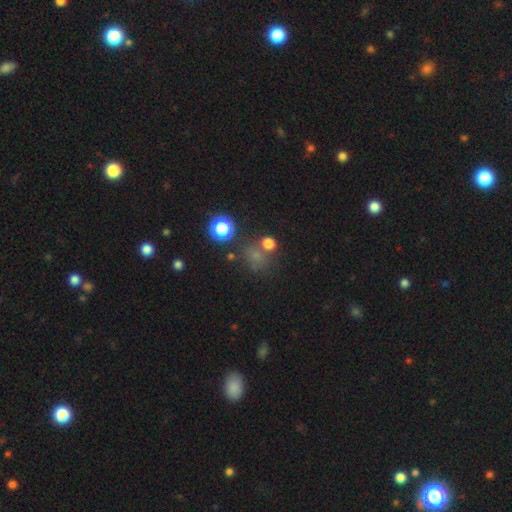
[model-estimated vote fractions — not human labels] smooth_or_featured: smooth (p=0.53) [alt: star or artifact p=0.37]
how_rounded: round (p=0.84) [alt: in between p=0.15]
merging: none (p=0.64) [alt: merger p=0.16]